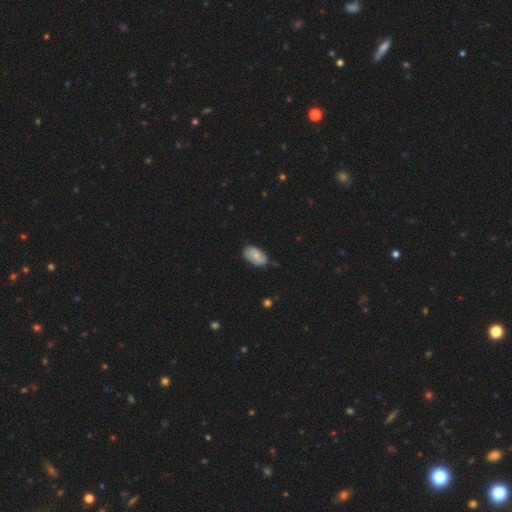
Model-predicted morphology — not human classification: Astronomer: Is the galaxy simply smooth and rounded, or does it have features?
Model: smooth — 68%.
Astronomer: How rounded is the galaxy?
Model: in between — 93%.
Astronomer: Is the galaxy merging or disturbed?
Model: none — 72%.